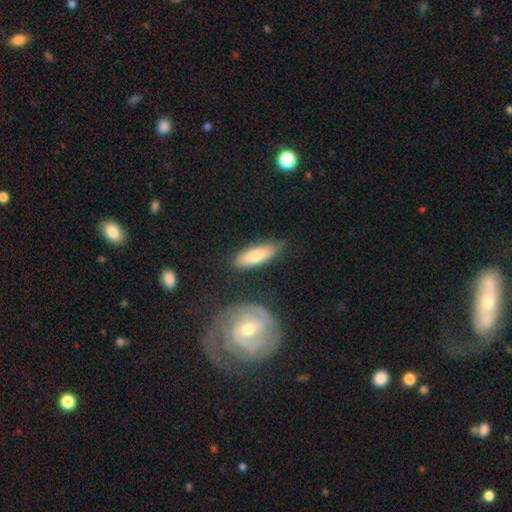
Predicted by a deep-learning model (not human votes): Smooth or featured? smooth (70%)
How rounded? in between (54%)
Merging? none (77%)